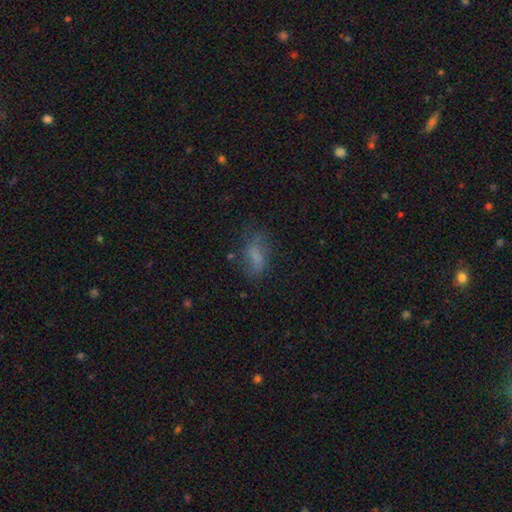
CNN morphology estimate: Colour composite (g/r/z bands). It shows a smooth galaxy with no disk features (64%) that is in between round and cigar-shaped (78%). Merging: none (59%).